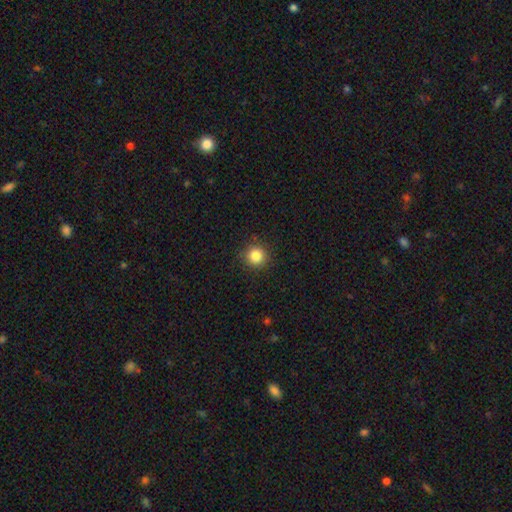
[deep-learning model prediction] Smooth or featured: smooth — 84% (star or artifact — 11%)
How rounded: round — 94% (in between — 5%)
Merging: none — 90% (minor disturbance — 7%)